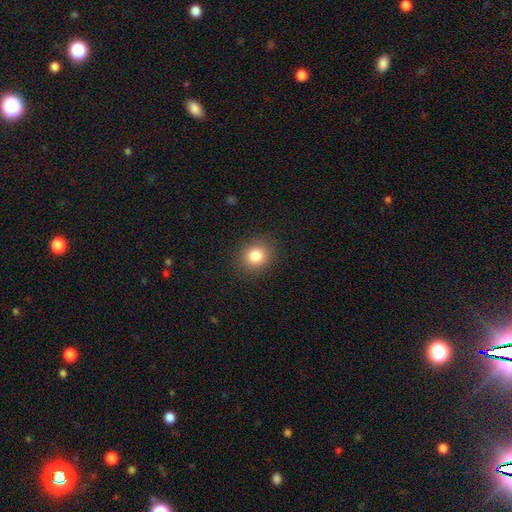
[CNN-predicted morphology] A smooth galaxy with no disk features (82%) that is round (75%). Merging: none (89%).